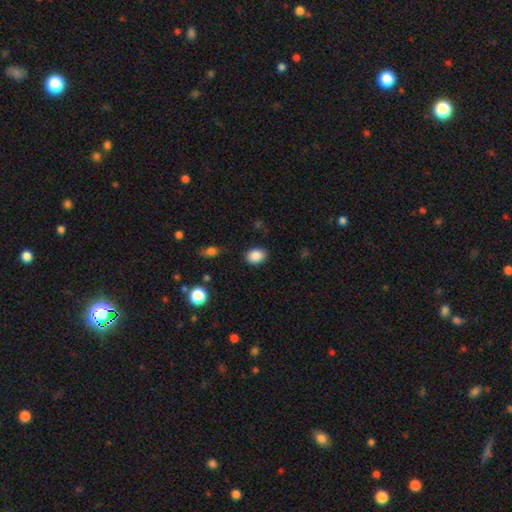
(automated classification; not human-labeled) smooth_or_featured: smooth (p=0.88) [alt: star or artifact p=0.09]
how_rounded: in between (p=0.64) [alt: round p=0.35]
merging: none (p=0.86) [alt: minor disturbance p=0.10]